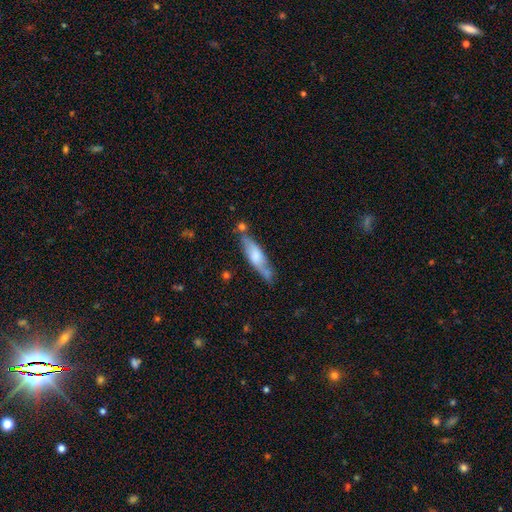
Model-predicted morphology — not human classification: smooth-or-featured: smooth: 54% | featured or disk: 40% | star or artifact: 6%
  how-rounded: cigar-shaped: 71% | in between: 28% | round: 2%
  merging: none: 65% | minor disturbance: 21% | merger: 9% | major disturbance: 5%